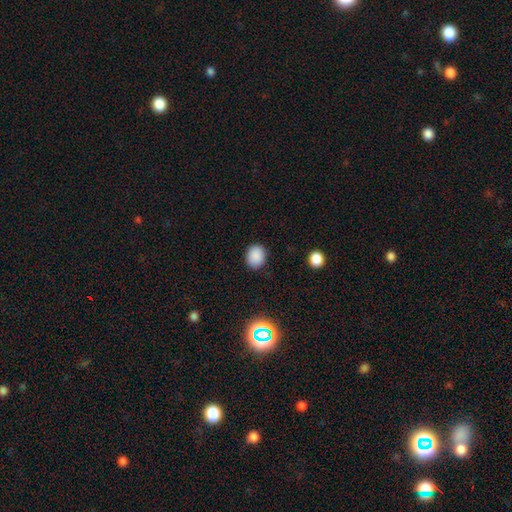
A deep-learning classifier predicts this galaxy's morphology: smooth_or_featured: smooth (p=0.87) [alt: star or artifact p=0.10]
how_rounded: round (p=0.51) [alt: in between p=0.48]
merging: none (p=0.87) [alt: minor disturbance p=0.09]